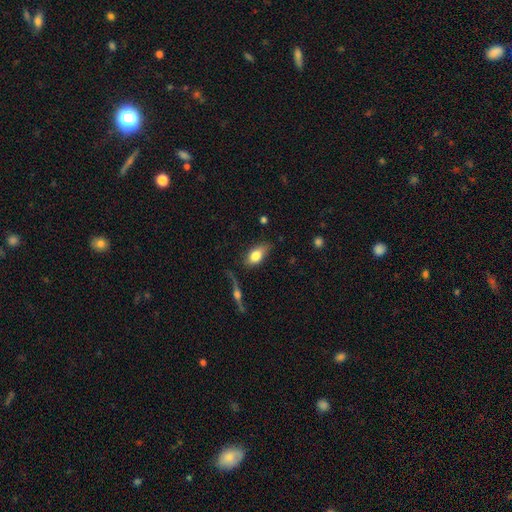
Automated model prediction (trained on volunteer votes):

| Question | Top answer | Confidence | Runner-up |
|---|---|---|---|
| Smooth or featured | smooth | 74% | featured or disk (19%) |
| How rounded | in between | 86% | cigar-shaped (7%) |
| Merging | none | 65% | minor disturbance (23%) |